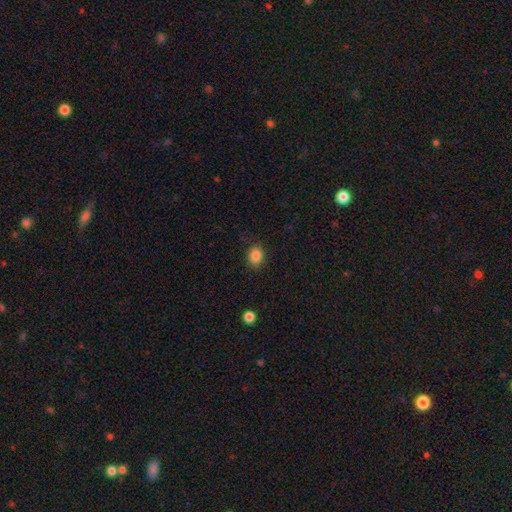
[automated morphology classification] This appears to be a smooth galaxy with no disk features (85%) that is round (54%). Merging: none (85%).